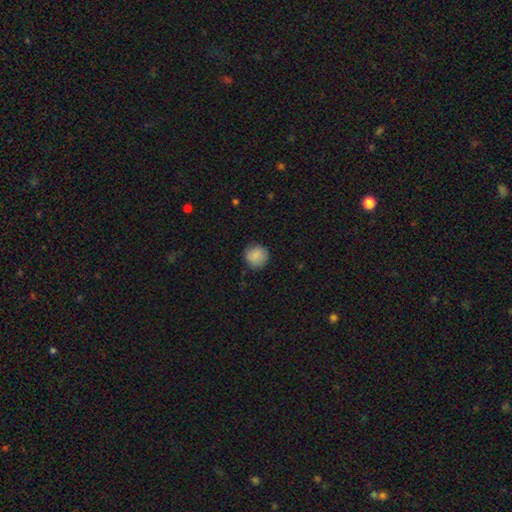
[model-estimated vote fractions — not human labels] Smooth or featured?
  - smooth: 87% *
  - star or artifact: 8%
  - featured or disk: 6%
How rounded?
  - round: 92% *
  - in between: 7%
  - cigar-shaped: 1%
Merging?
  - none: 84% *
  - minor disturbance: 12%
  - major disturbance: 3%
  - merger: 1%